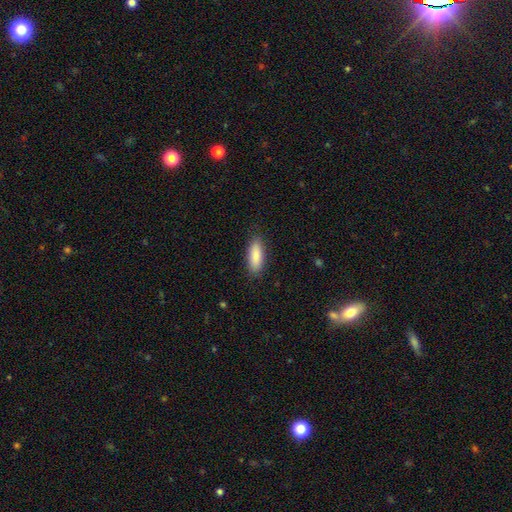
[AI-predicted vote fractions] Q: Smooth or featured?
A: smooth (87%); runner-up: featured or disk (7%)
Q: How rounded?
A: in between (71%); runner-up: cigar-shaped (27%)
Q: Merging?
A: none (86%); runner-up: minor disturbance (10%)